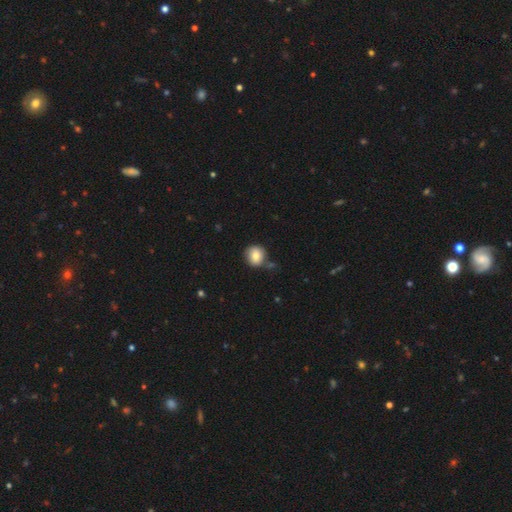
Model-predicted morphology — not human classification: This appears to be a smooth galaxy with no disk features (80%) that is round (85%). Merging: none (75%).